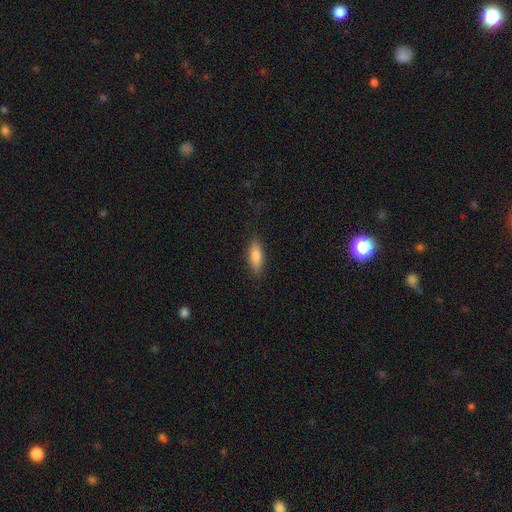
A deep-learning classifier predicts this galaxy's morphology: smooth-or-featured: smooth: 81% | featured or disk: 12% | star or artifact: 6%
  how-rounded: in between: 62% | cigar-shaped: 36% | round: 2%
  merging: none: 85% | minor disturbance: 12% | major disturbance: 3% | merger: 1%